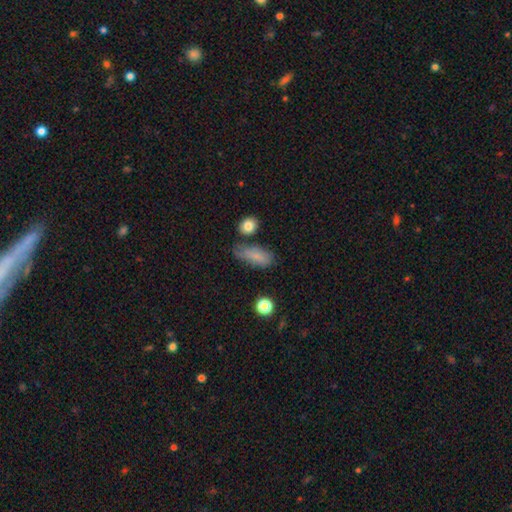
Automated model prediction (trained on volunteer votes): This is likely a smooth galaxy (78%). How rounded: likely in between (78%). Merging: possibly none (53%).